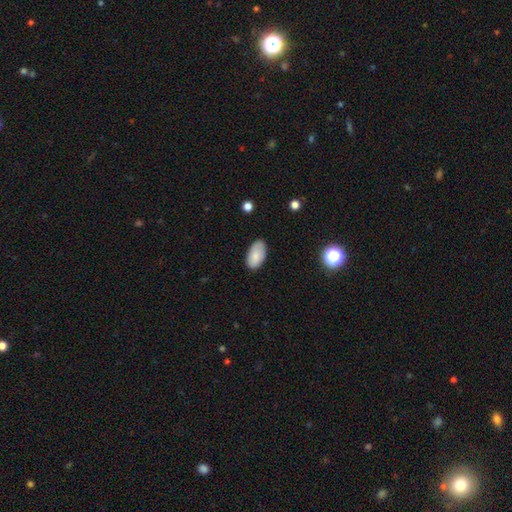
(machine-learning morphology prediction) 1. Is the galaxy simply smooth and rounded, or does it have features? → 85% smooth, 8% featured or disk, 7% star or artifact.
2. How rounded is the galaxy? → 95% in between, 3% round, 2% cigar-shaped.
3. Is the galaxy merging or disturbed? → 82% none, 14% minor disturbance, 3% major disturbance, 1% merger.